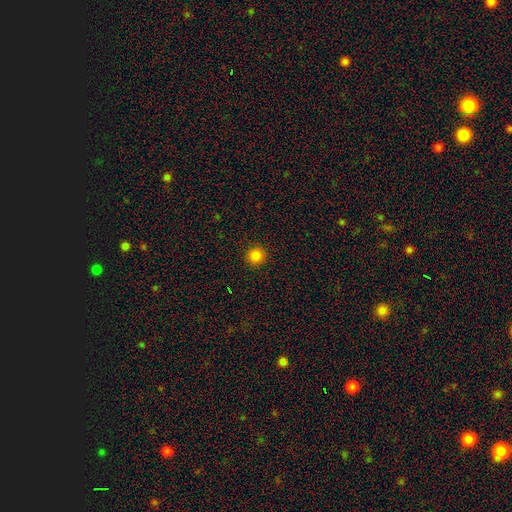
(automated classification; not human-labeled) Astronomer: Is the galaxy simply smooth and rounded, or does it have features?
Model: smooth — 84%.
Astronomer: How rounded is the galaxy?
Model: round — 95%.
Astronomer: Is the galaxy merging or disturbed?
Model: none — 93%.